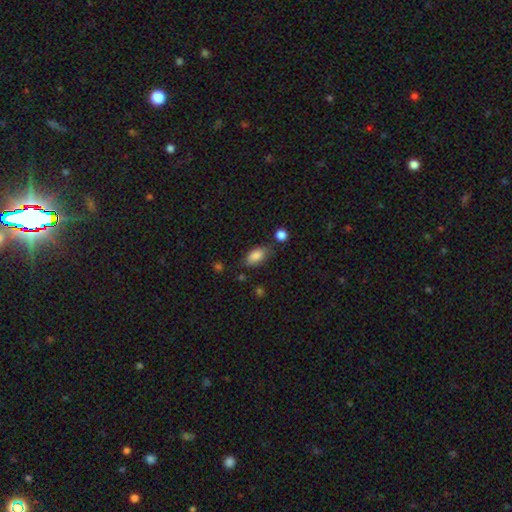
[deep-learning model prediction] Morphology: type=smooth (84%); roundness=in between (91%); merging=none (66%).